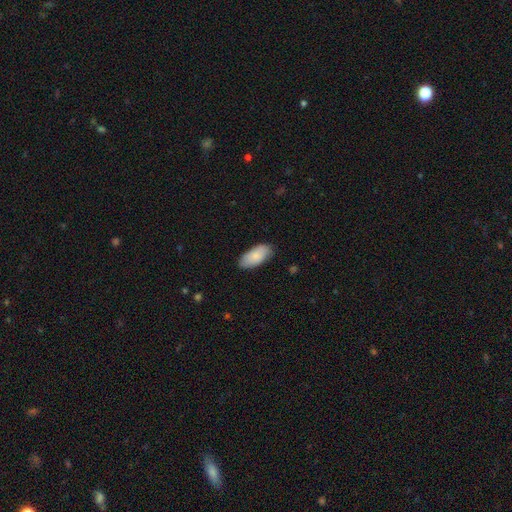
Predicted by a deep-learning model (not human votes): Smooth or featured? smooth (85%)
How rounded? in between (92%)
Merging? none (84%)